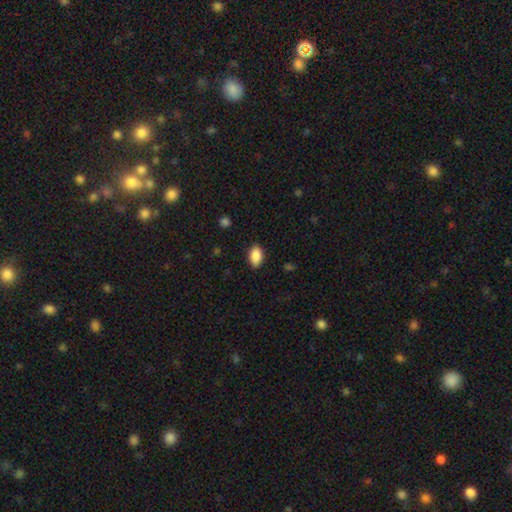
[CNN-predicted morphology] Overall: smooth (87%). How rounded: in between (91%). Merging: none (86%).